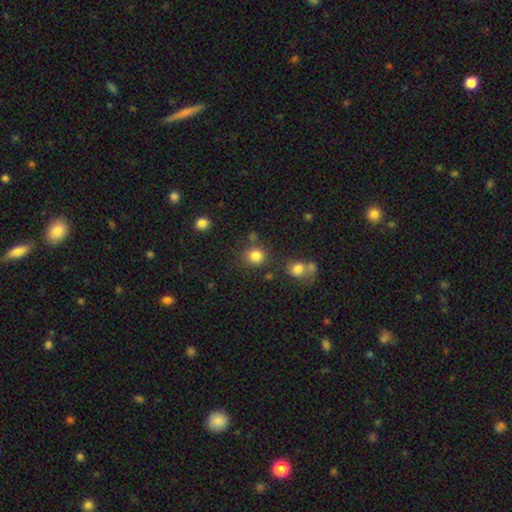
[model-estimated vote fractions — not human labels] smooth 82%, star or artifact 12%, featured or disk 6%. Down the decision tree: how rounded — round (84%); merging — none (75%).